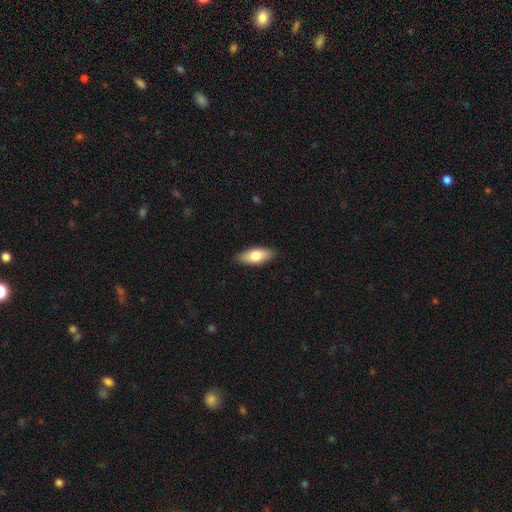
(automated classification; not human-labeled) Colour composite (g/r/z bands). It shows a smooth galaxy with no disk features (78%) that is in between round and cigar-shaped (82%). Merging: none (87%).